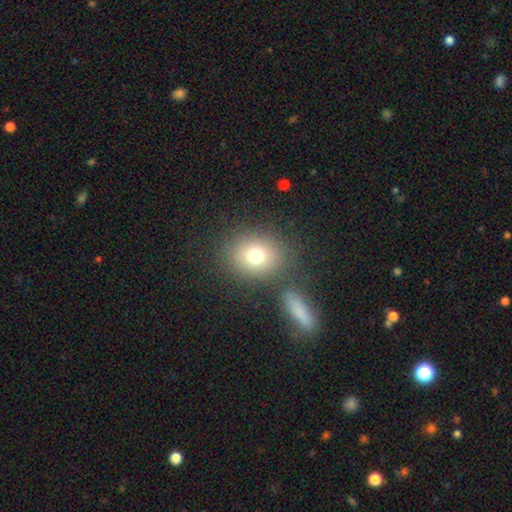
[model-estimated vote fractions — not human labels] smooth-or-featured: smooth: 75% | star or artifact: 14% | featured or disk: 12%
  how-rounded: round: 63% | in between: 36% | cigar-shaped: 1%
  merging: none: 75% | merger: 10% | minor disturbance: 10% | major disturbance: 5%